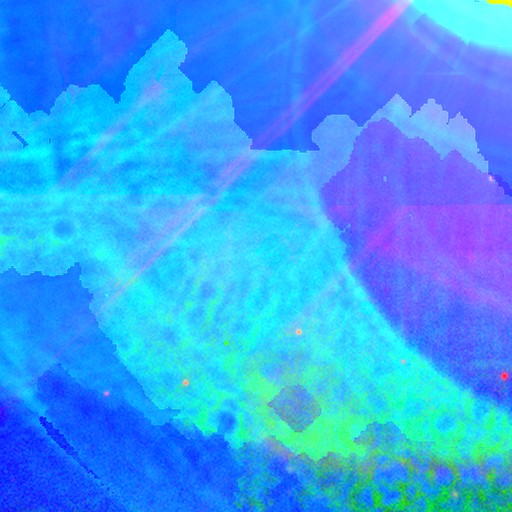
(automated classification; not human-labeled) Smooth or featured? star or artifact (83%)